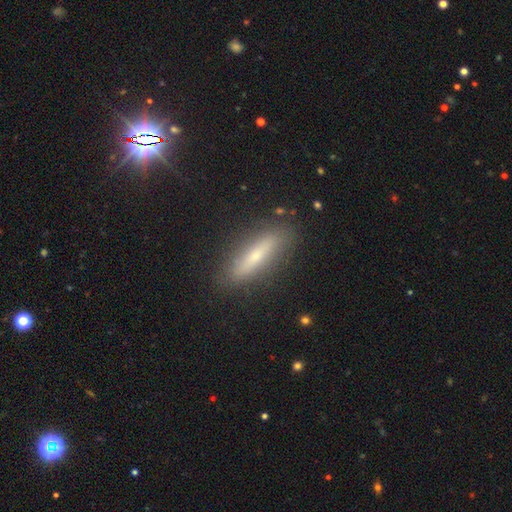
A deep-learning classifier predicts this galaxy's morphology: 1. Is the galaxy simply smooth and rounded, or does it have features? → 46% smooth, 43% featured or disk, 10% star or artifact.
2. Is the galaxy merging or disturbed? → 86% none, 10% minor disturbance, 2% major disturbance, 2% merger.